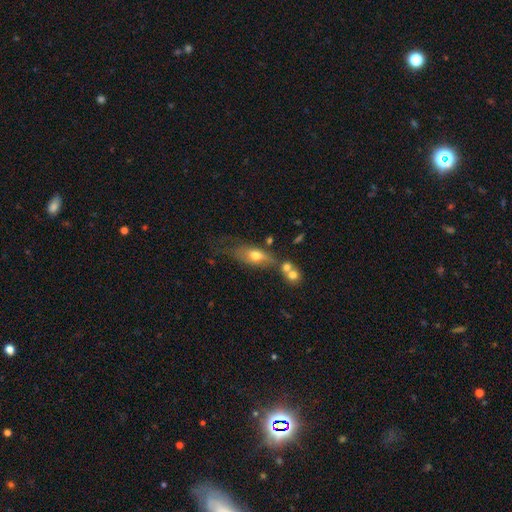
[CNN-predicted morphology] The model was most divided on "merging": none: 37%, minor disturbance: 24%, merger: 22%, major disturbance: 17%. More confident: how rounded — in between (74%); smooth or featured — smooth (62%).